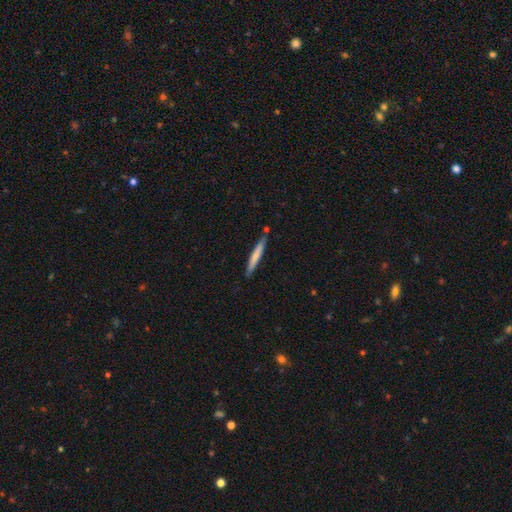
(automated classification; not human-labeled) Morphology: type=smooth (65%); roundness=cigar-shaped (95%); merging=none (83%).